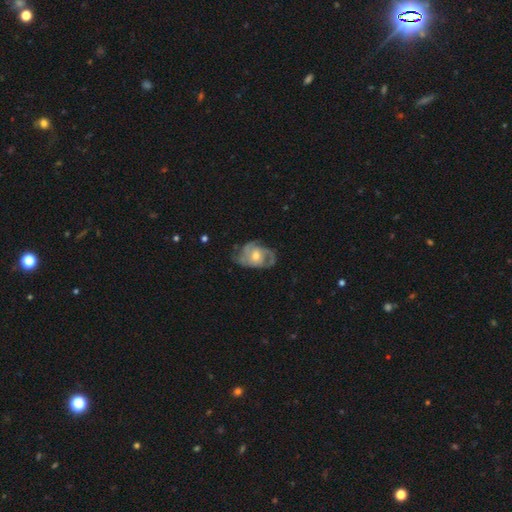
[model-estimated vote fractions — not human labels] A featured or disk galaxy (78%) with no bar (69%), 2 (37%) medium (45%) spiral arms (88%) and a moderate central bulge (65%).

Vote fractions:
- Smooth or featured? featured or disk: 78% / smooth: 17% / star or artifact: 6%
- Edge-on disk? no: 96% / yes: 4%
- Bar? no: 69% / weak: 26% / strong: 5%
- Spiral arms? yes: 88% / no: 12%
- Spiral winding? medium: 45% / tight: 39% / loose: 17%
- Spiral arm count? 2: 37% / 3: 27% / can't tell: 22% / 4: 5% / 1: 5% / more than 4: 3%
- Bulge size? moderate: 65% / small: 29% / large: 4% / none: 1% / dominant: 1%
- Merging? none: 57% / minor disturbance: 26% / major disturbance: 16% / merger: 2%